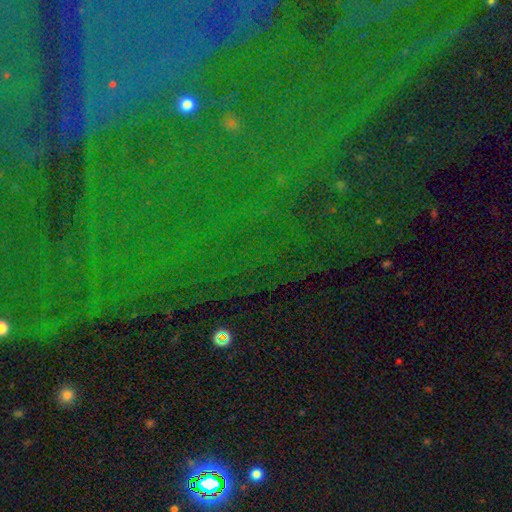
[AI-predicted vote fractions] Q: Smooth or featured?
A: star or artifact (81%); runner-up: smooth (9%)